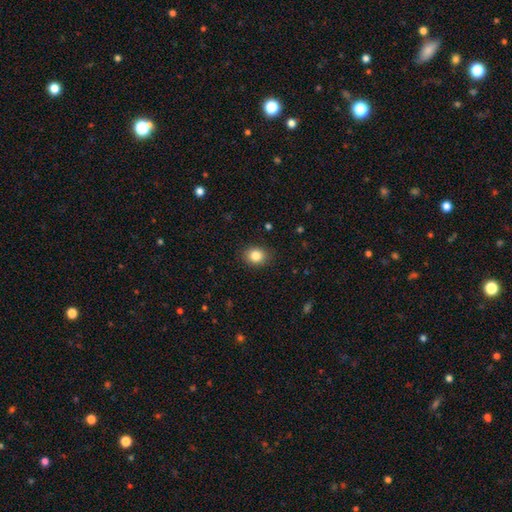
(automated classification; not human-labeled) smooth-or-featured: smooth: 84% | star or artifact: 10% | featured or disk: 6%
  how-rounded: round: 55% | in between: 45% | cigar-shaped: 1%
  merging: none: 88% | minor disturbance: 8% | major disturbance: 2% | merger: 1%